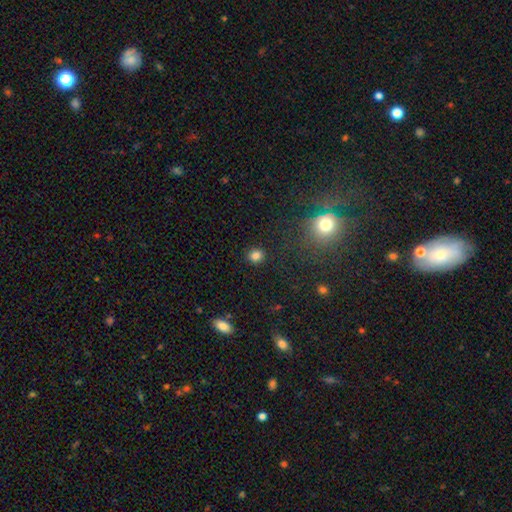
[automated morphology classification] This is clearly a smooth galaxy (82%). How rounded: clearly round (83%). Merging: clearly none (90%).